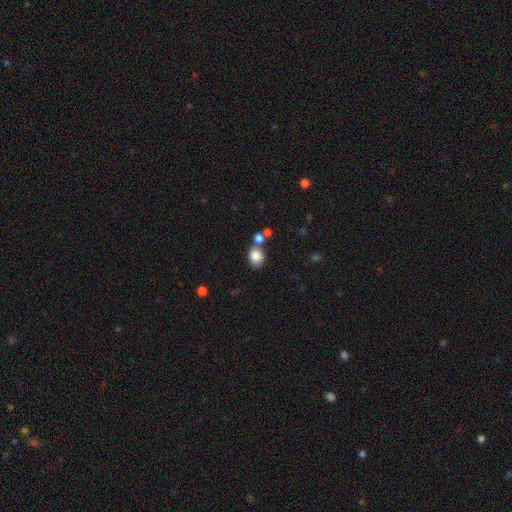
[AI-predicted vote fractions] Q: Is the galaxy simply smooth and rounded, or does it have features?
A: smooth — 85%.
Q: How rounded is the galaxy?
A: round — 63%.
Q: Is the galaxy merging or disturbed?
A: none — 60%.